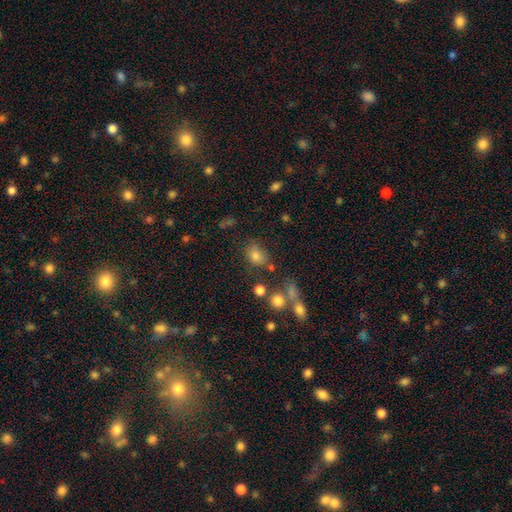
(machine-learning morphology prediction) This is likely a smooth galaxy (76%). How rounded: likely in between (61%). Merging: likely none (67%).